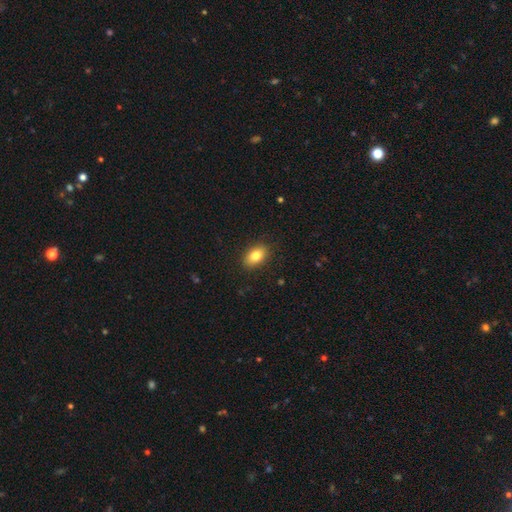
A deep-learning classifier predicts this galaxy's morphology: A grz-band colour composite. It shows a smooth galaxy with no disk features (81%) that is in between round and cigar-shaped (86%). Merging: none (88%).